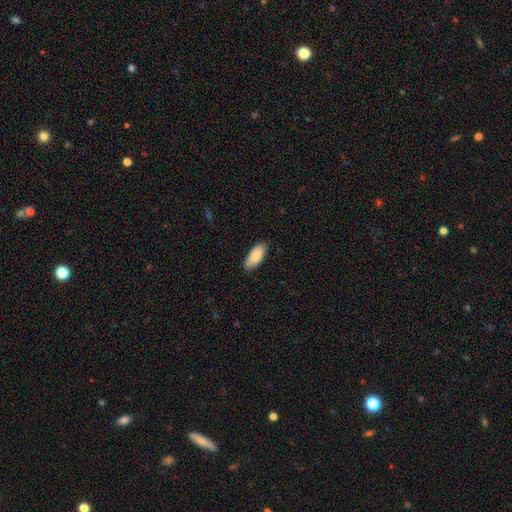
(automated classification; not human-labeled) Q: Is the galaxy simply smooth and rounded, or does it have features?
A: smooth — 86%.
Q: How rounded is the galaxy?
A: in between — 87%.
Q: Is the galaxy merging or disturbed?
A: none — 84%.